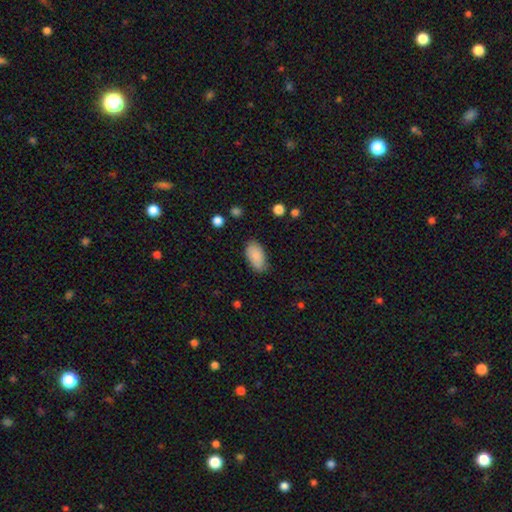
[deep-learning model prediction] This appears to be a smooth galaxy with no disk features (85%) that is in between round and cigar-shaped (94%). Merging: none (73%).